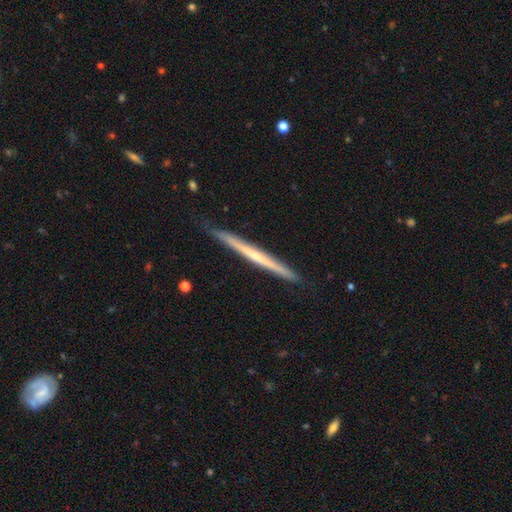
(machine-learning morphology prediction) Smooth or featured? Predicted: featured or disk (p=0.62). Edge-on disk? Predicted: yes (p=0.97). Edge-on bulge? Predicted: none (p=0.68). Merging? Predicted: none (p=0.86).